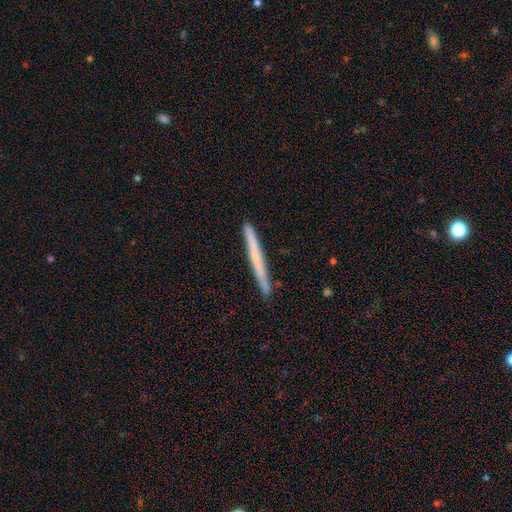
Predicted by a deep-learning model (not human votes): Overall: smooth (53%; featured or disk 41%). How rounded: cigar-shaped (97%). Merging: none (90%).